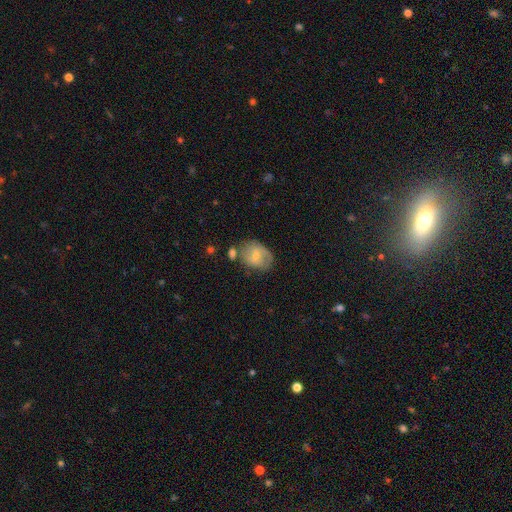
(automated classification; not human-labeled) smooth_or_featured: smooth (p=0.49) [alt: featured or disk p=0.44]
merging: none (p=0.54) [alt: minor disturbance p=0.25]